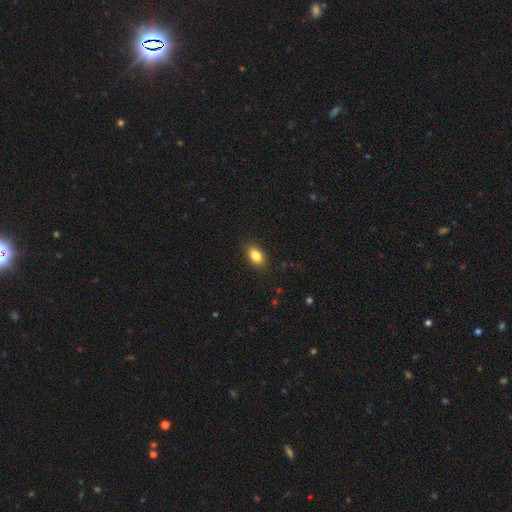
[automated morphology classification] type=smooth (84%); roundness=in between (85%); merging=none (86%).